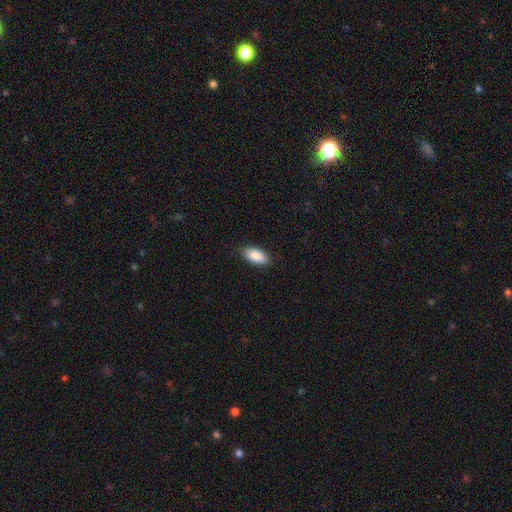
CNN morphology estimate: Q: Smooth or featured?
A: smooth (89%); runner-up: star or artifact (6%)
Q: How rounded?
A: in between (89%); runner-up: cigar-shaped (9%)
Q: Merging?
A: none (86%); runner-up: minor disturbance (11%)